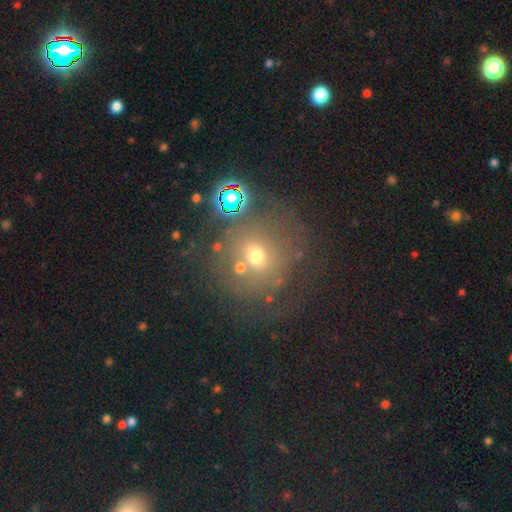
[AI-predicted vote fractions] The model was most divided on "smooth or featured": smooth: 56%, star or artifact: 26%, featured or disk: 18%. More confident: how rounded — round (85%); merging — none (64%).